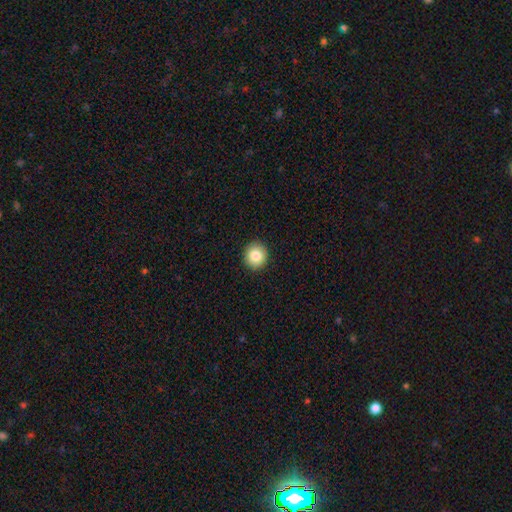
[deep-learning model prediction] Morphology: type=smooth (84%); roundness=round (89%); merging=none (93%).